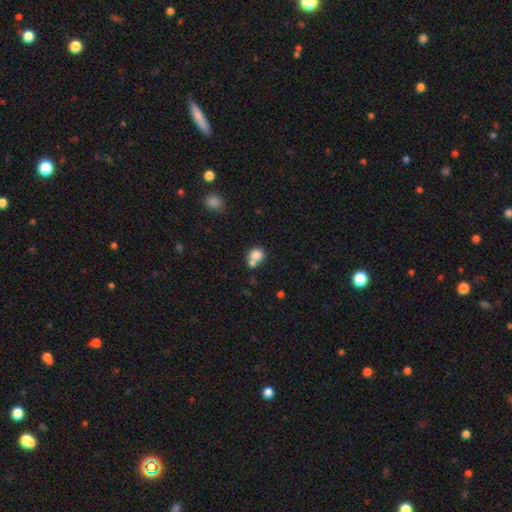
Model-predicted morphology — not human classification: Smooth or featured: smooth — 80% (featured or disk — 10%)
How rounded: round — 79% (in between — 20%)
Merging: merger — 45% (none — 42%)